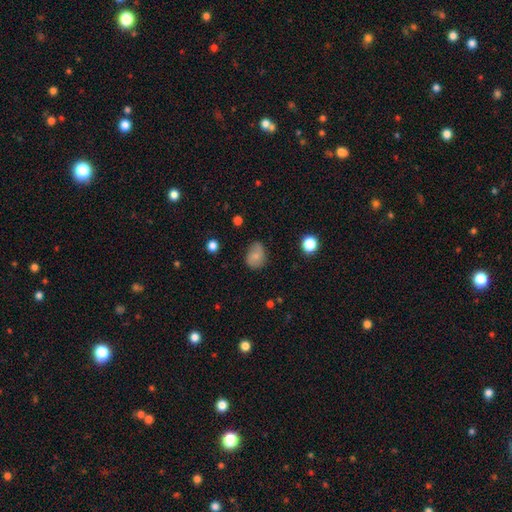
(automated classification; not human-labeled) Overall: smooth (66%). How rounded: in between (59%; round 40%). Merging: none (59%; minor disturbance 29%).